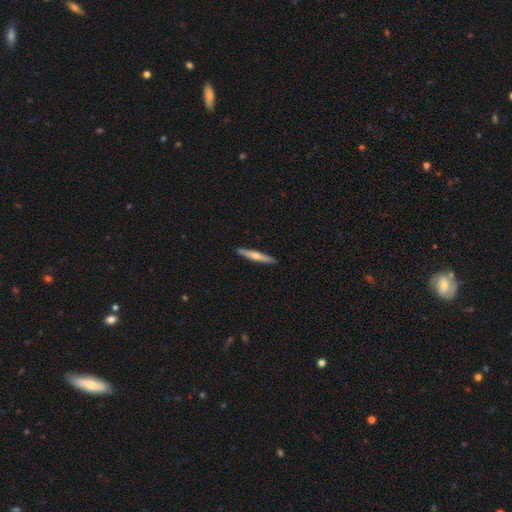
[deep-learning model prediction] Smooth or featured: featured or disk — 48% (smooth — 47%)
Merging: none — 92% (minor disturbance — 6%)